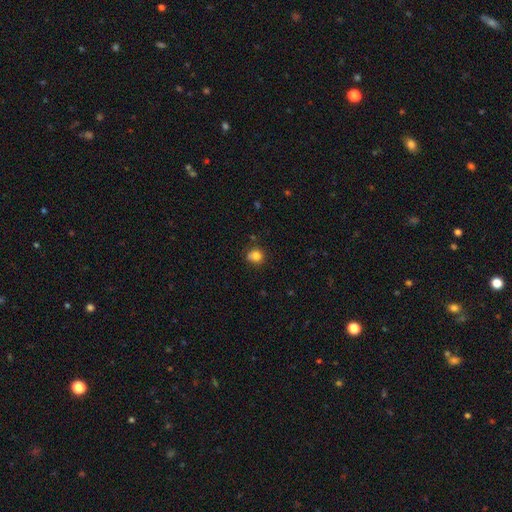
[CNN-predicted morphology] A smooth galaxy with no disk features (82%) that is round (80%). Merging: none (70%).